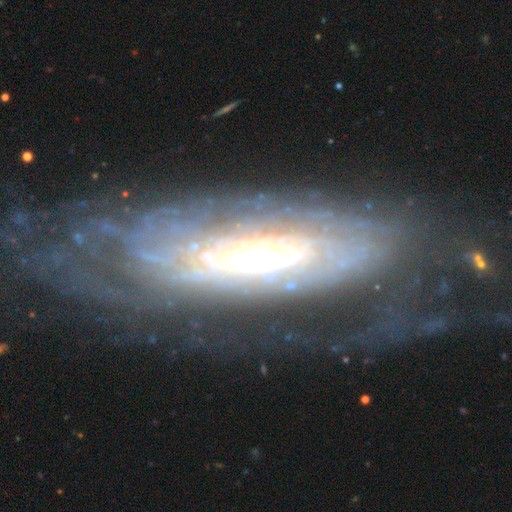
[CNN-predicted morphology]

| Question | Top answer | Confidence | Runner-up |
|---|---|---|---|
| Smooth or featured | featured or disk | 81% | smooth (12%) |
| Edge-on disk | no | 74% | yes (26%) |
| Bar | no | 63% | weak (24%) |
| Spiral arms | yes | 75% | no (25%) |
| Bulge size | moderate | 57% | small (29%) |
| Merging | none | 61% | minor disturbance (19%) |